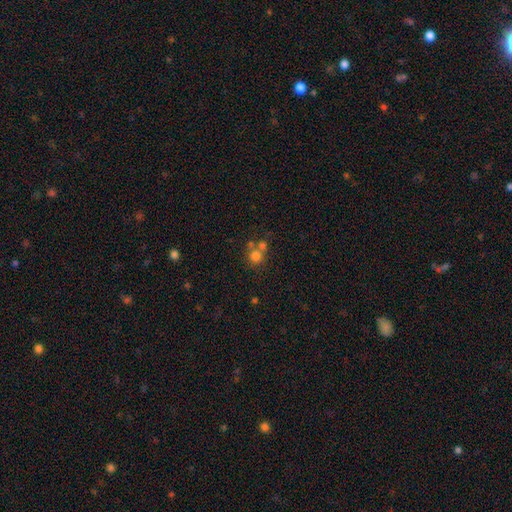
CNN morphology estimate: Overall: smooth (73%). How rounded: round (87%). Merging: none (50%; merger 39%).